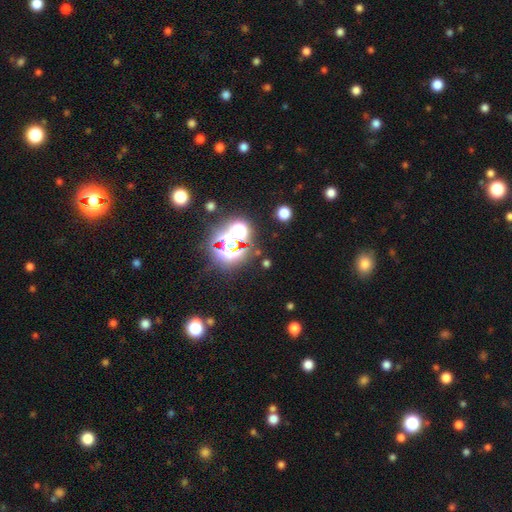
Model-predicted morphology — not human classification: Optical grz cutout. It shows a star or artifact, not a galaxy (79%).